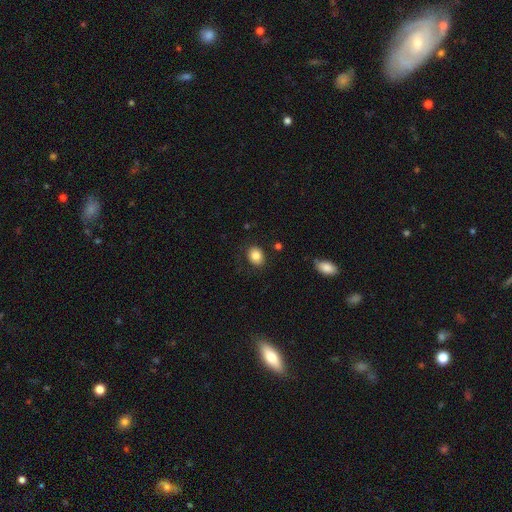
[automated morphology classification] smooth_or_featured: smooth (p=0.84) [alt: star or artifact p=0.09]
how_rounded: round (p=0.50) [alt: in between p=0.49]
merging: none (p=0.84) [alt: minor disturbance p=0.11]